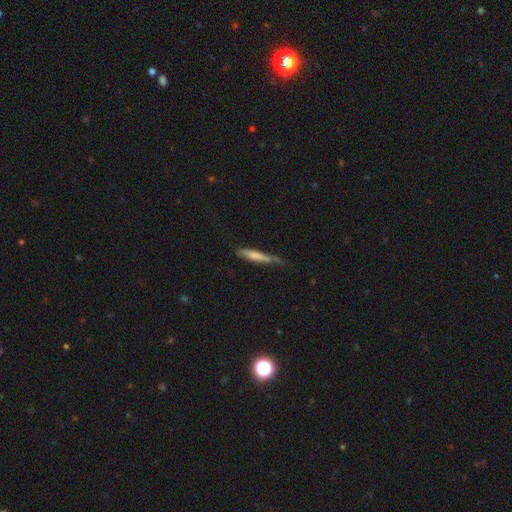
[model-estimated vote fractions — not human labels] Morphology: type=smooth (66%); roundness=cigar-shaped (89%); merging=none (46%).